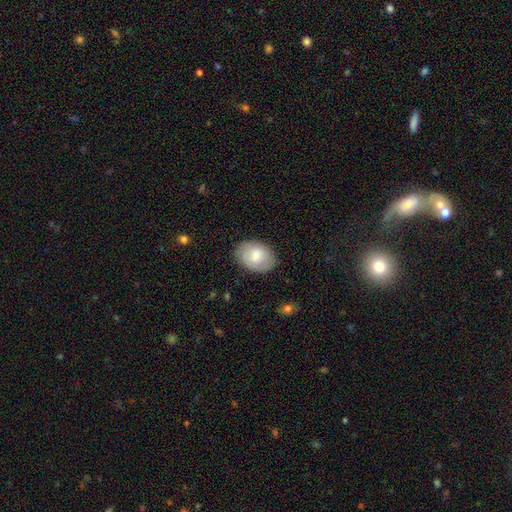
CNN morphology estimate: A smooth galaxy with no disk features (74%) that is in between round and cigar-shaped (81%). Merging: none (84%).